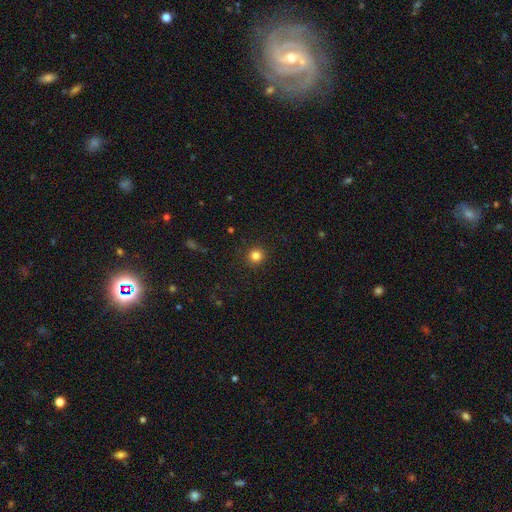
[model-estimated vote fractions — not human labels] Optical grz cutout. It shows a smooth galaxy with no disk features (83%) that is round (93%). Merging: none (91%).